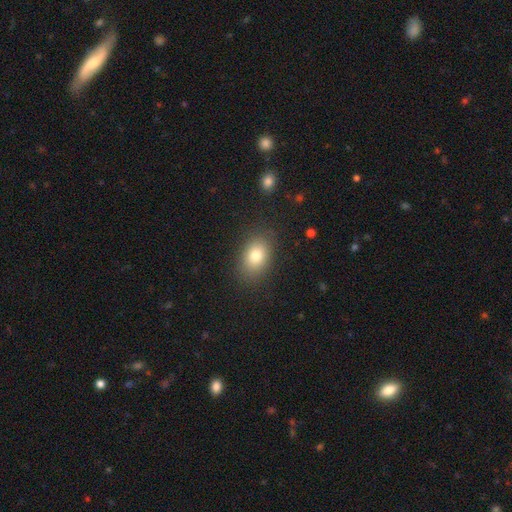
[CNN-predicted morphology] The model was most divided on "how rounded": in between: 78%, round: 21%, cigar-shaped: 1%. More confident: merging — none (84%); smooth or featured — smooth (79%).